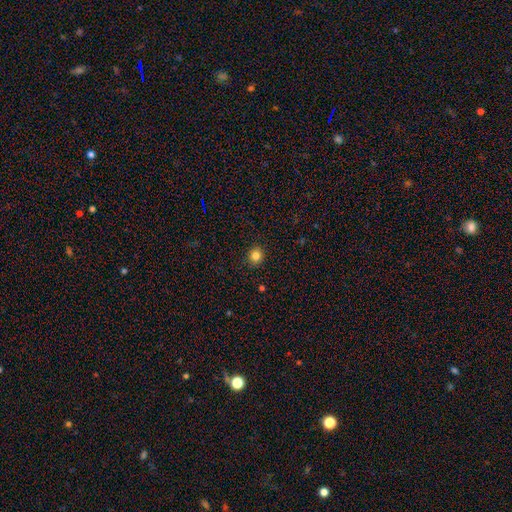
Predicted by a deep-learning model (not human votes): Overall: smooth (83%). How rounded: round (84%). Merging: none (91%).